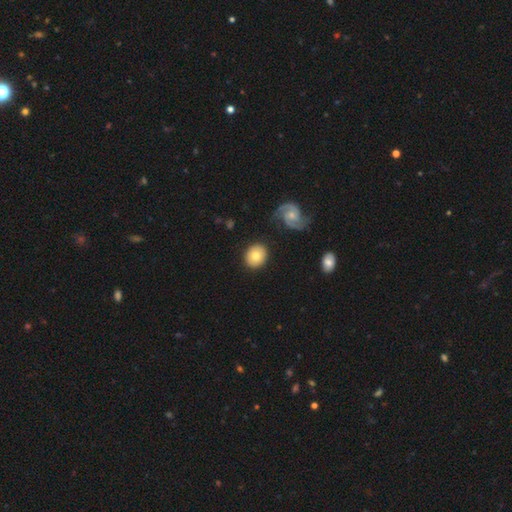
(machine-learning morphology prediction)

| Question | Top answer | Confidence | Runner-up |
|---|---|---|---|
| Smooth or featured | smooth | 73% | featured or disk (20%) |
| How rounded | round | 71% | in between (28%) |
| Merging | none | 86% | minor disturbance (8%) |